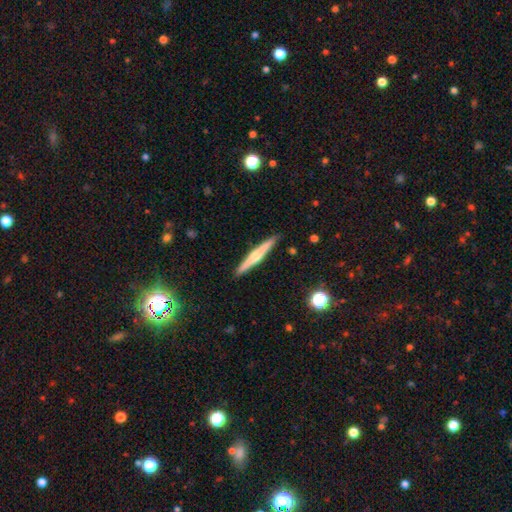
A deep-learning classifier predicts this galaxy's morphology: This appears to be a featured or disk galaxy (62%) viewed edge-on (98%) with a rounded central bulge (81%). Merging: none (91%).